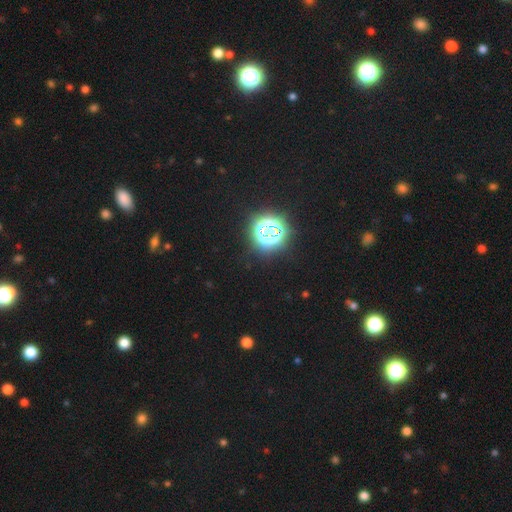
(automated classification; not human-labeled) star or artifact 75%, smooth 19%, featured or disk 6%.